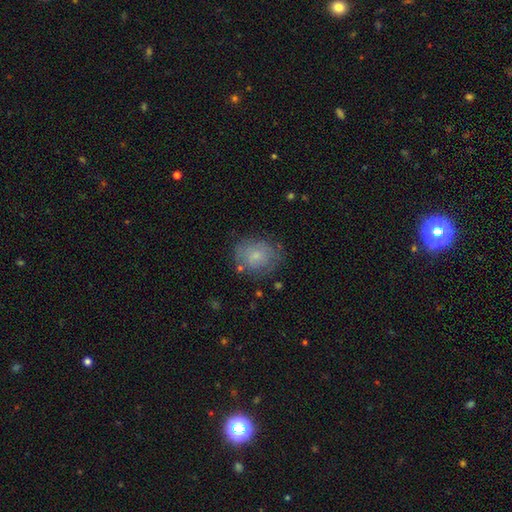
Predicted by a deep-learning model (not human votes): Overall: smooth (63%; featured or disk 28%). How rounded: round (65%; in between 34%). Merging: none (65%).